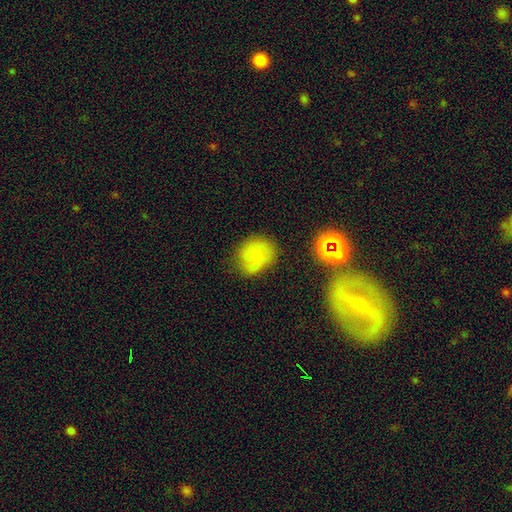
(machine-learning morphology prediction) type=smooth (57%); roundness=round (68%); merging=none (59%).